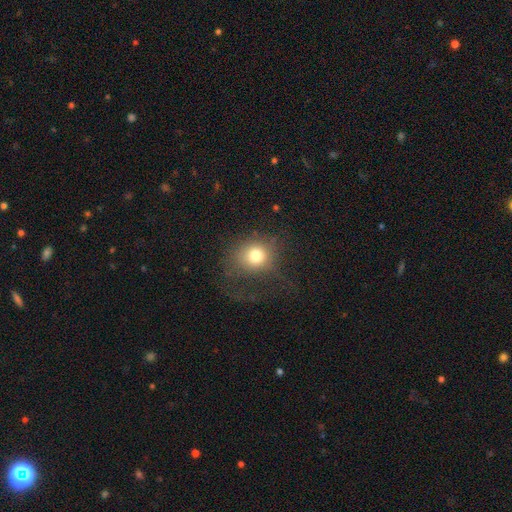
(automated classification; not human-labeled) Morphology: type=smooth (74%); roundness=round (81%); merging=none (55%).